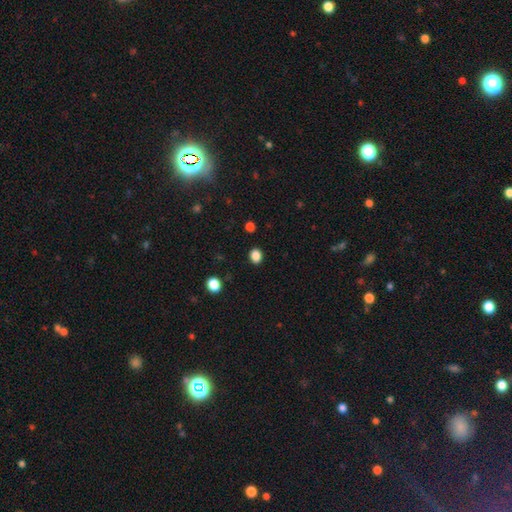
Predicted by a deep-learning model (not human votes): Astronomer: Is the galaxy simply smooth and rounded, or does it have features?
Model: smooth — 86%.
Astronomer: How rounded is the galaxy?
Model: round — 52% (runner-up: in between, 47%).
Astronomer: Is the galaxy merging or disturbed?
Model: none — 90%.